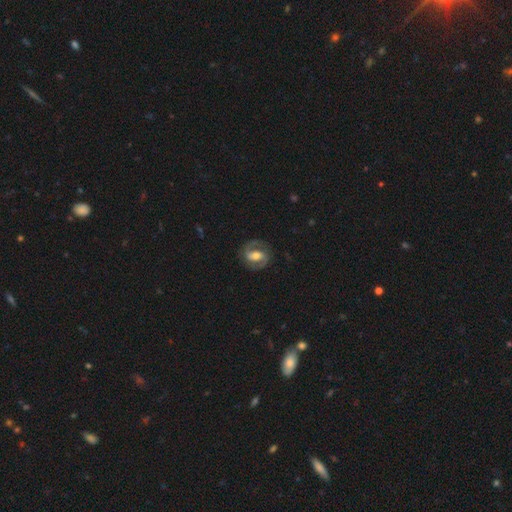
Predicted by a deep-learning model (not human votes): Smooth or featured: featured or disk — 78% (smooth — 17%)
Edge-on disk: no — 97% (yes — 3%)
Bar: weak — 41% (strong — 35%)
Spiral arms: yes — 90% (no — 10%)
Spiral winding: medium — 53% (tight — 30%)
Spiral arm count: 2 — 90% (can't tell — 4%)
Bulge size: moderate — 59% (small — 20%)
Merging: none — 81% (minor disturbance — 12%)